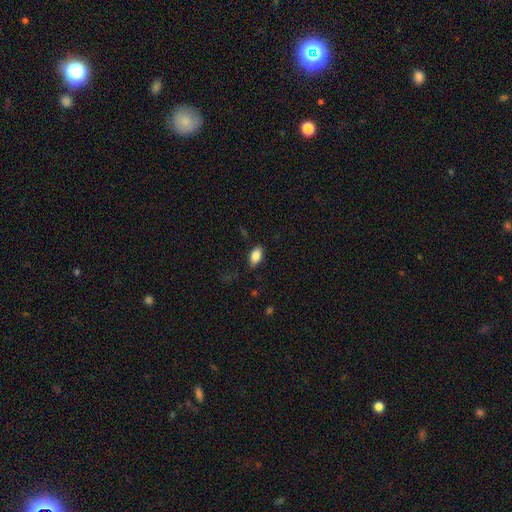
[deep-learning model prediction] Q: Smooth or featured?
A: smooth (85%); runner-up: star or artifact (8%)
Q: How rounded?
A: in between (90%); runner-up: round (7%)
Q: Merging?
A: none (79%); runner-up: minor disturbance (15%)